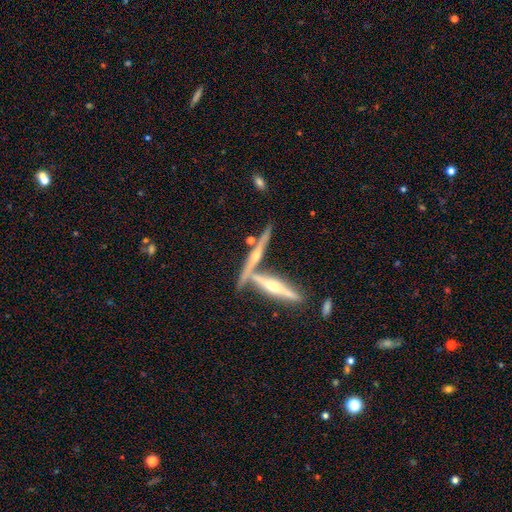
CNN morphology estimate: type=featured or disk (81%); edge-on=yes (96%); edge-on bulge=rounded (90%); merging=none (61%).